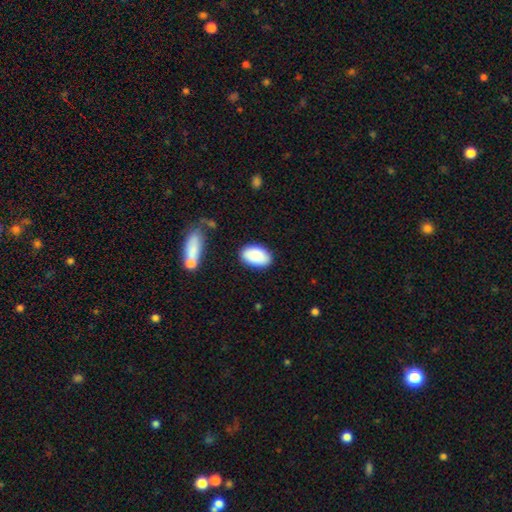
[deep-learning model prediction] smooth 89%, star or artifact 6%, featured or disk 5%. Down the decision tree: how rounded — in between (94%); merging — none (84%).